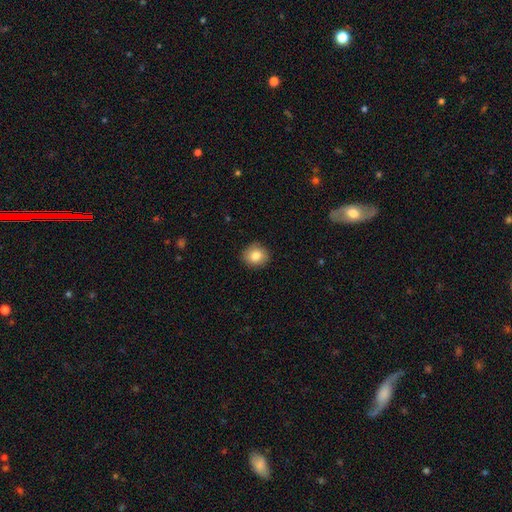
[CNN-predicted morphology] Q: Smooth or featured?
A: smooth (83%); runner-up: star or artifact (9%)
Q: How rounded?
A: round (81%); runner-up: in between (18%)
Q: Merging?
A: none (89%); runner-up: minor disturbance (8%)